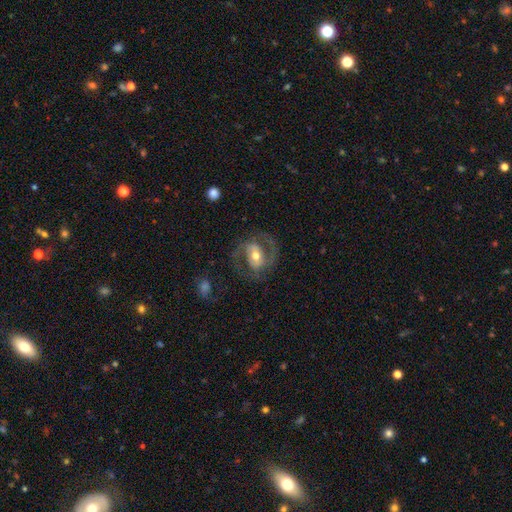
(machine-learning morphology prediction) A featured or disk galaxy (80%) with a weak bar (40%), 2 (88%) medium (57%) spiral arms (90%) and a moderate central bulge (68%). Merging: none (70%).